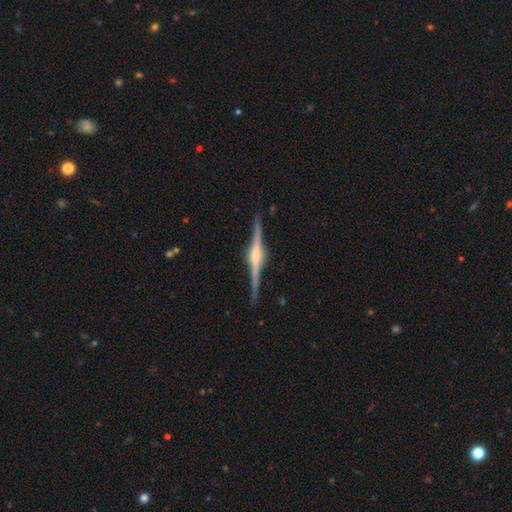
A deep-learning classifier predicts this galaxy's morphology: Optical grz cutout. It shows a featured or disk galaxy (85%) viewed edge-on (98%) with a rounded central bulge (70%). Merging: none (88%).